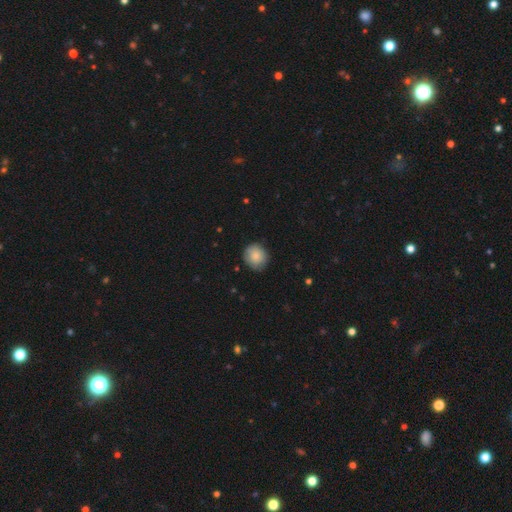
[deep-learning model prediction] Morphology: type=smooth (85%); roundness=round (85%); merging=none (80%).